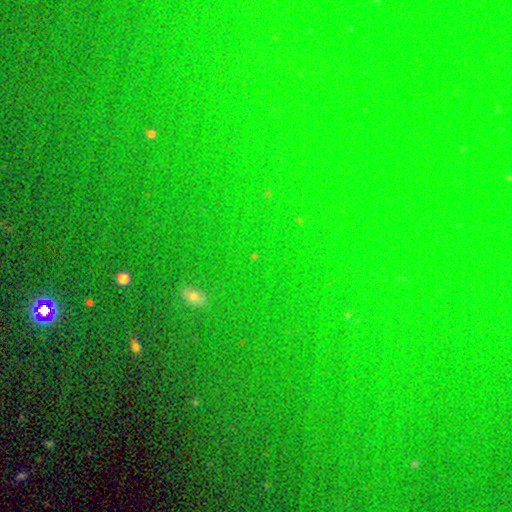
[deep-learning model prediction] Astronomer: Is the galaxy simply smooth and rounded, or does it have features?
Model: star or artifact — 74%.